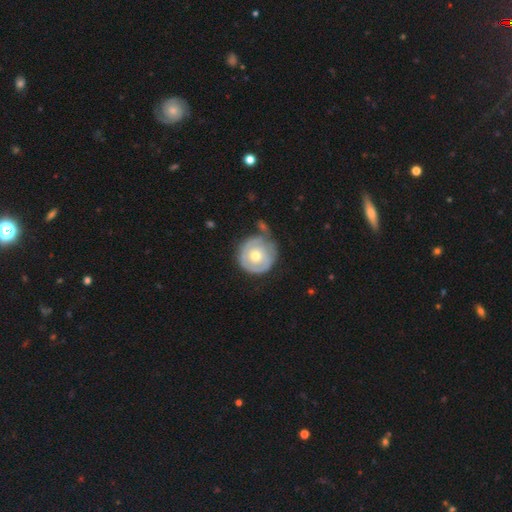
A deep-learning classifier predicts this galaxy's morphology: Smooth or featured: featured or disk — 54% (smooth — 41%)
Edge-on disk: no — 97% (yes — 3%)
Bar: no — 87% (weak — 11%)
Spiral arms: yes — 55% (no — 45%)
Bulge size: moderate — 70% (small — 23%)
Merging: none — 55% (minor disturbance — 26%)